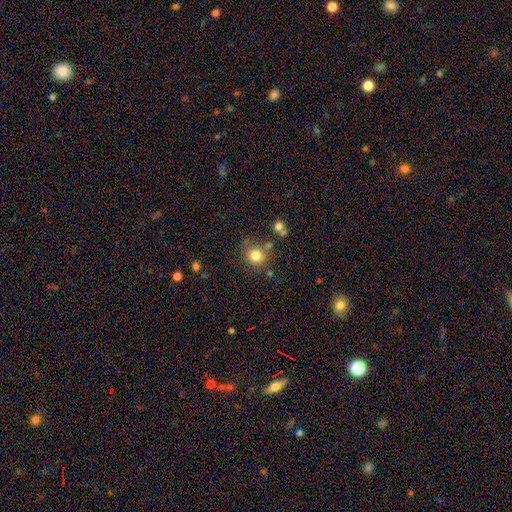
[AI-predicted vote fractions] This appears to be a smooth galaxy with no disk features (79%) that is round (88%). Merging: none (74%).